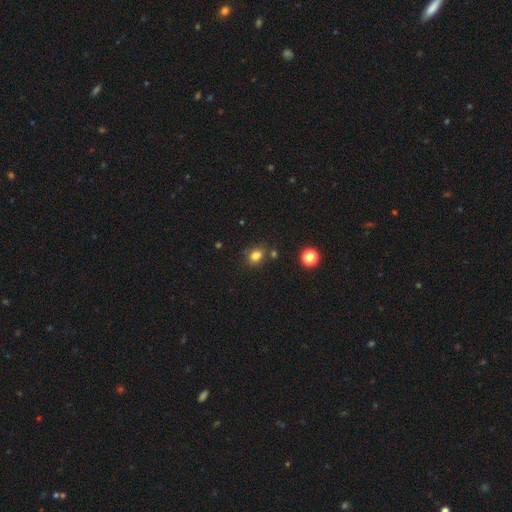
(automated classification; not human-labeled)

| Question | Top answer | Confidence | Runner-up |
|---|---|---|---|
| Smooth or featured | smooth | 80% | star or artifact (14%) |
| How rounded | round | 52% | in between (47%) |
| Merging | none | 74% | minor disturbance (13%) |